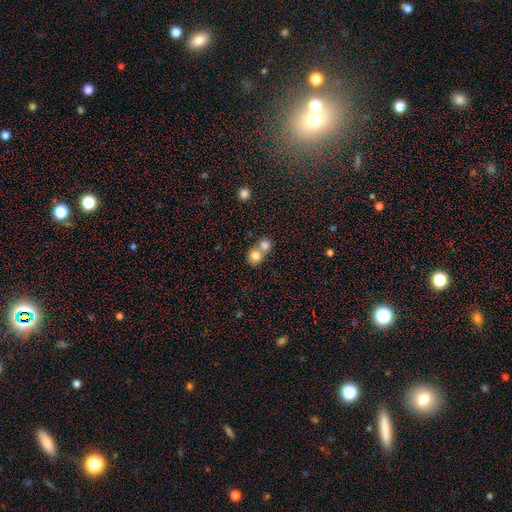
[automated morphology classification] This is likely a smooth galaxy (78%). How rounded: likely round (78%). Merging: likely merger (62%).